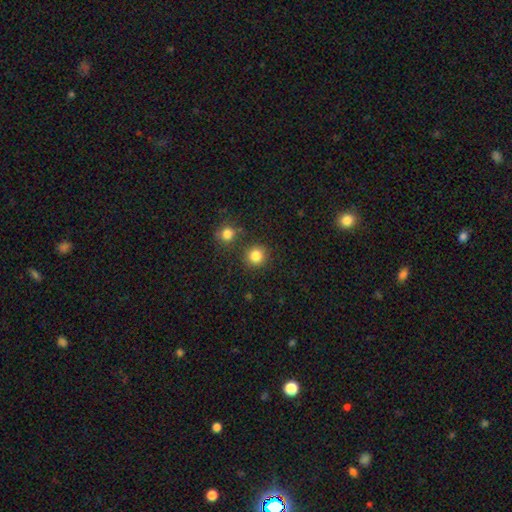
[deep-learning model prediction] A smooth galaxy with no disk features (85%) that is round (93%). Merging: none (83%).